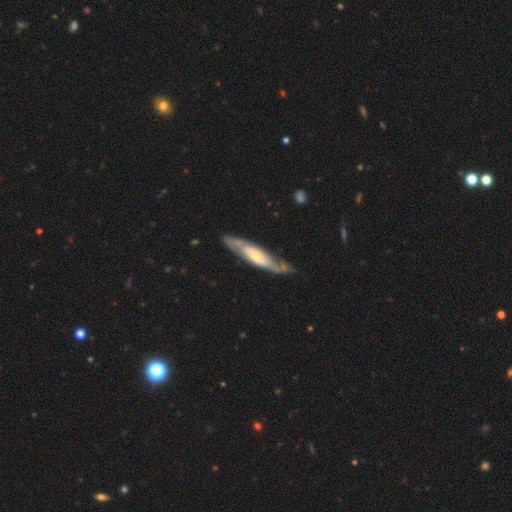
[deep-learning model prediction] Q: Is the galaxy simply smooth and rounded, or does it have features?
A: featured or disk — 71%.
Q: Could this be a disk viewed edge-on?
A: no — 60%.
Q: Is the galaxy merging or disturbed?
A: none — 69%.